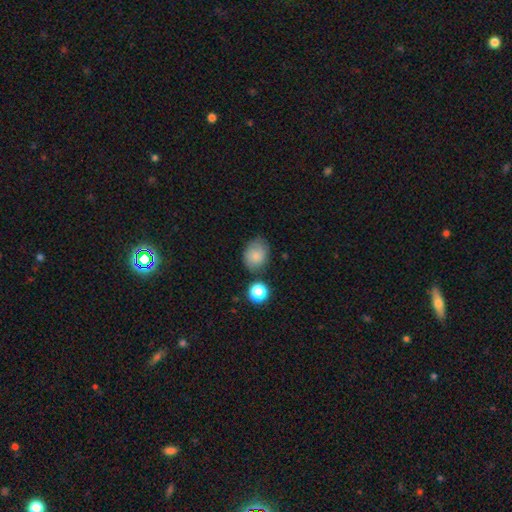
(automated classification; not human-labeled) This appears to be a smooth galaxy with no disk features (81%) that is in between round and cigar-shaped (56%). Merging: none (69%).